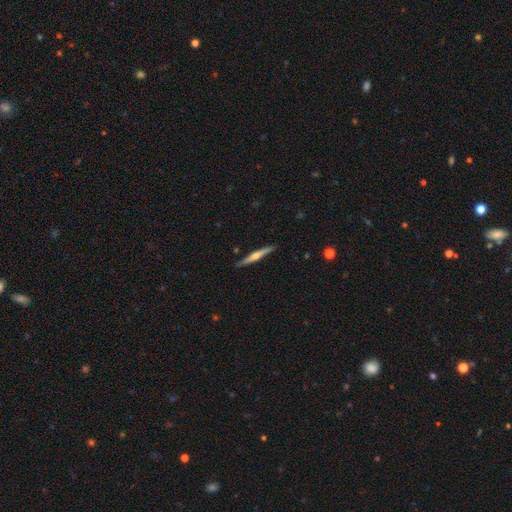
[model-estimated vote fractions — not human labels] The model was most divided on "smooth or featured": featured or disk: 65%, smooth: 30%, star or artifact: 5%. More confident: edge-on disk — yes (98%); merging — none (90%); edge-on bulge — rounded (81%).